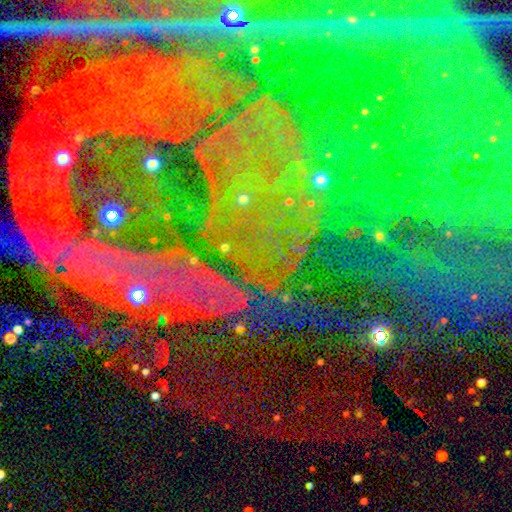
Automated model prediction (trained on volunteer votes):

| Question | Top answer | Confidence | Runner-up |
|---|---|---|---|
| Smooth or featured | star or artifact | 84% | featured or disk (9%) |